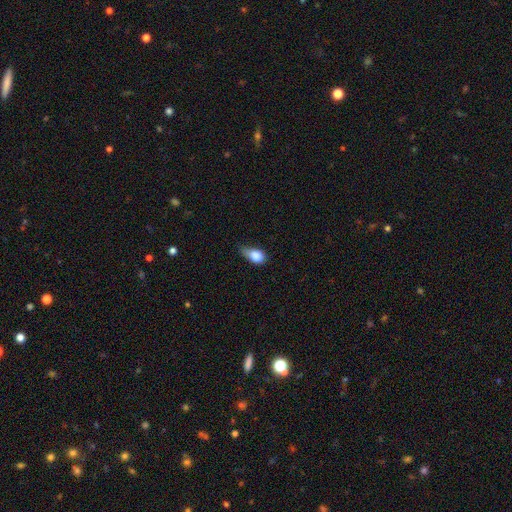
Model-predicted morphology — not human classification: smooth 83%, star or artifact 8%, featured or disk 8%. Down the decision tree: how rounded — in between (76%); merging — minor disturbance (49%).